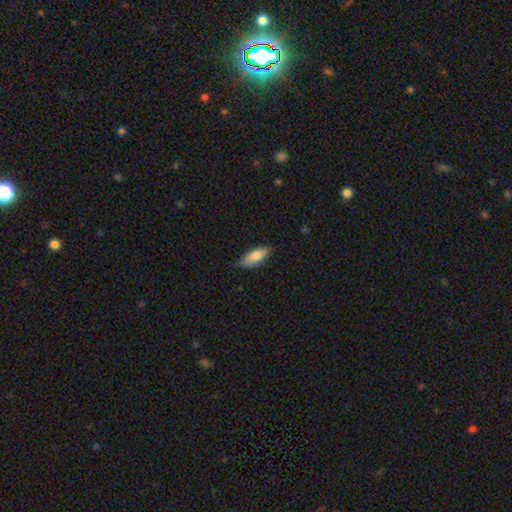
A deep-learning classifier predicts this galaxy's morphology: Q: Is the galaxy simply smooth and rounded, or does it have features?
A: smooth — 82%.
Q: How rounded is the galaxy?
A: in between — 75%.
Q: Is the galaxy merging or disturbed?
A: none — 79%.